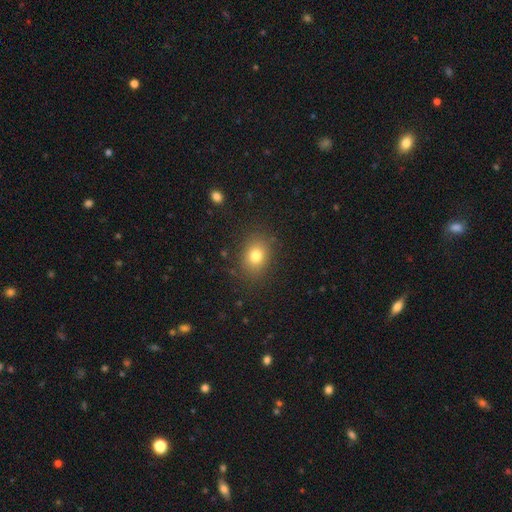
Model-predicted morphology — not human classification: A smooth galaxy with no disk features (77%) that is round (52%).

Vote fractions:
- Smooth or featured? smooth: 77% / star or artifact: 13% / featured or disk: 10%
- How rounded? round: 52% / in between: 47% / cigar-shaped: 1%
- Merging? none: 85% / minor disturbance: 10% / major disturbance: 4% / merger: 1%